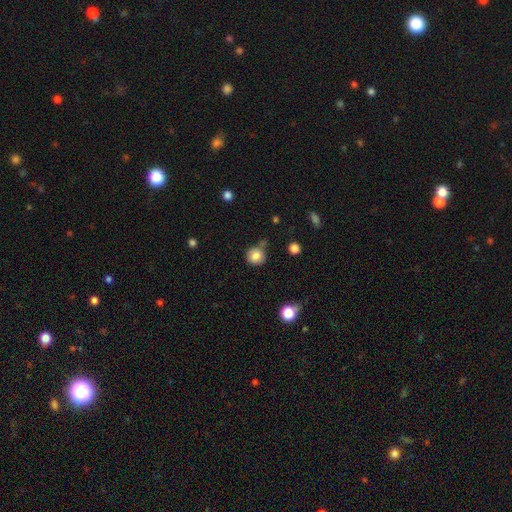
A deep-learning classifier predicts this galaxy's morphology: Smooth or featured?
  - smooth: 84% *
  - star or artifact: 10%
  - featured or disk: 6%
How rounded?
  - round: 91% *
  - in between: 9%
  - cigar-shaped: 1%
Merging?
  - none: 72% *
  - minor disturbance: 15%
  - merger: 9%
  - major disturbance: 4%